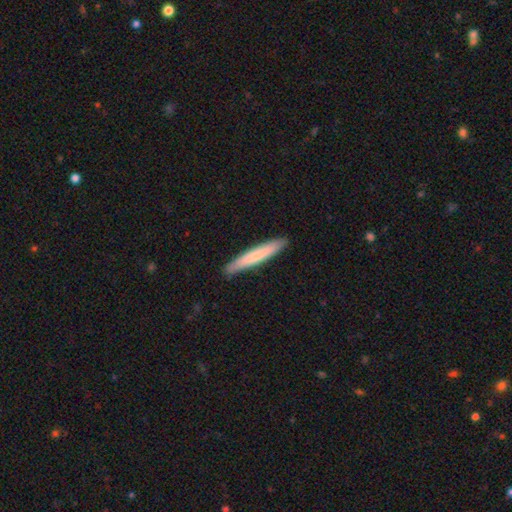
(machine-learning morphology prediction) A smooth galaxy with no disk features (63%) that is cigar-shaped (95%). Merging: none (90%).